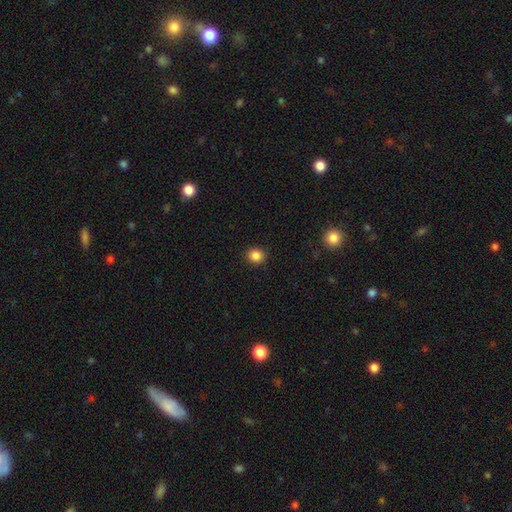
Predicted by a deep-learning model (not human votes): Smooth or featured: smooth — 86% (star or artifact — 11%)
How rounded: round — 84% (in between — 15%)
Merging: none — 91% (minor disturbance — 6%)